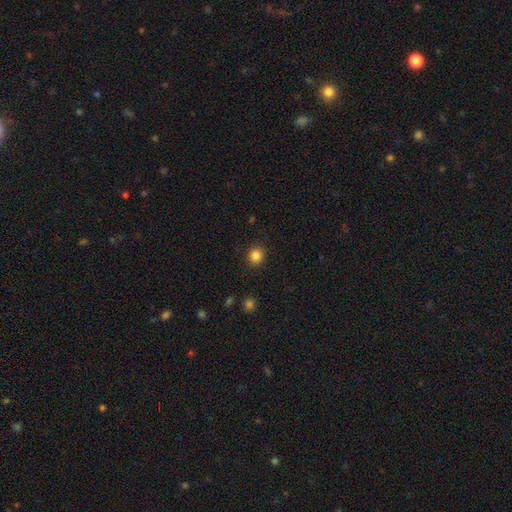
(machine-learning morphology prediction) A smooth galaxy with no disk features (85%) that is round (87%). Merging: none (90%).